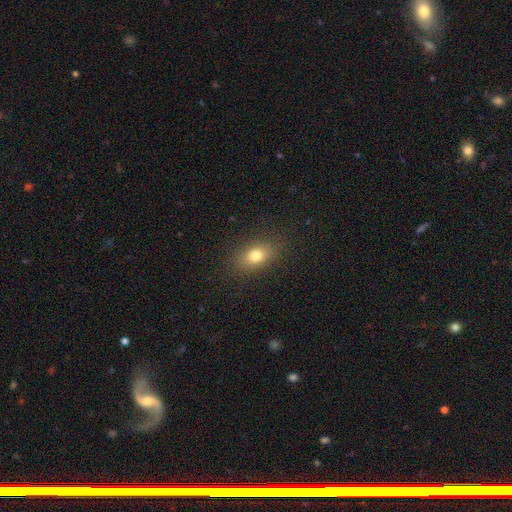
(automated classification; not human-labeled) Smooth or featured? Predicted: smooth (p=0.77). How rounded? Predicted: in between (p=0.78). Merging? Predicted: none (p=0.86).